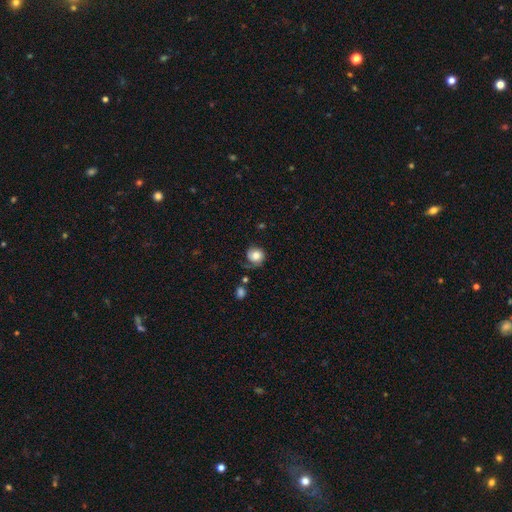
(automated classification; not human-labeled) smooth_or_featured: smooth (p=0.66) [alt: featured or disk p=0.25]
how_rounded: round (p=0.83) [alt: in between p=0.16]
merging: none (p=0.53) [alt: minor disturbance p=0.25]